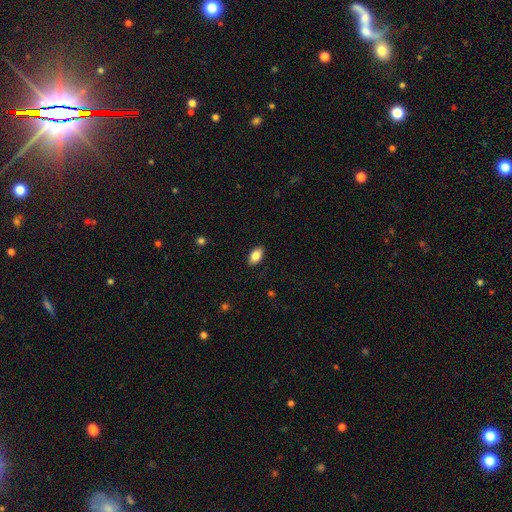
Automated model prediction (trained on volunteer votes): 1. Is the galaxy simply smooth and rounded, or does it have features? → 84% smooth, 8% featured or disk, 7% star or artifact.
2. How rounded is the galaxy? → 91% in between, 7% round, 2% cigar-shaped.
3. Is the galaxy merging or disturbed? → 87% none, 9% minor disturbance, 2% major disturbance, 1% merger.